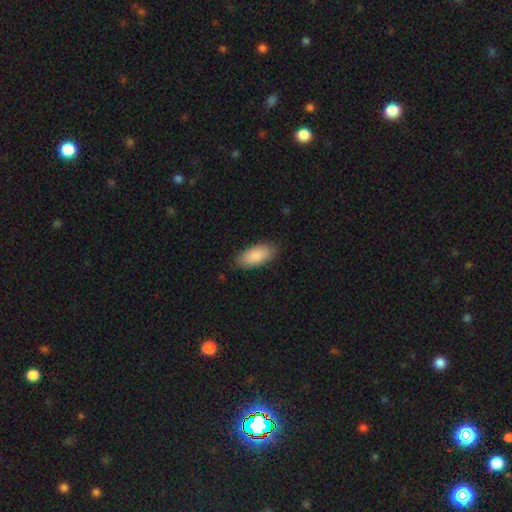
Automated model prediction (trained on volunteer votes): smooth_or_featured: smooth (p=0.89) [alt: featured or disk p=0.06]
how_rounded: in between (p=0.90) [alt: cigar-shaped p=0.08]
merging: none (p=0.84) [alt: minor disturbance p=0.13]